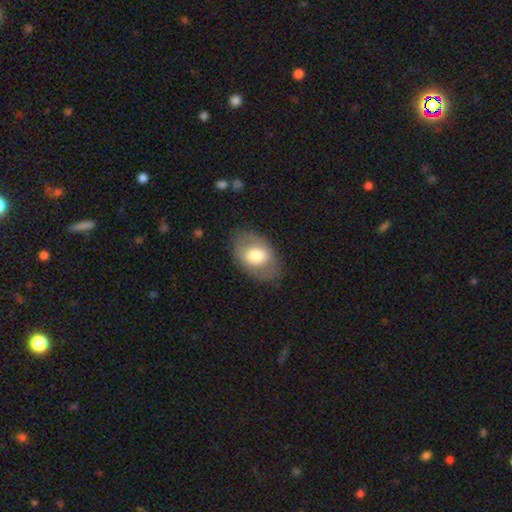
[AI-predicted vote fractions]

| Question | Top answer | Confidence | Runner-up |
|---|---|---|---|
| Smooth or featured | smooth | 66% | featured or disk (27%) |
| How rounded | in between | 86% | round (13%) |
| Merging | none | 78% | minor disturbance (15%) |